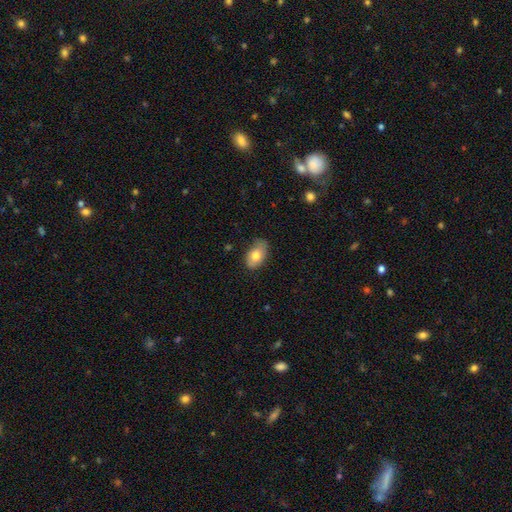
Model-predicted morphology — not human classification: smooth-or-featured: smooth: 74% | featured or disk: 18% | star or artifact: 7%
  how-rounded: in between: 90% | round: 8% | cigar-shaped: 2%
  merging: none: 69% | minor disturbance: 26% | major disturbance: 4% | merger: 1%